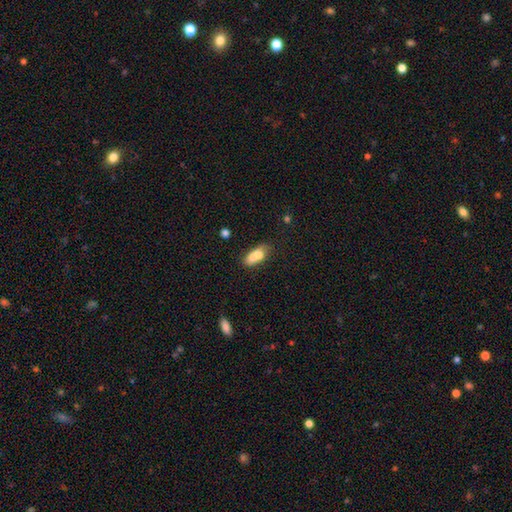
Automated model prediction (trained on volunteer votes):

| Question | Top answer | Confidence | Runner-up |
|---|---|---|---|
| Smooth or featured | smooth | 73% | featured or disk (19%) |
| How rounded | in between | 75% | cigar-shaped (18%) |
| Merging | merger | 43% | none (37%) |